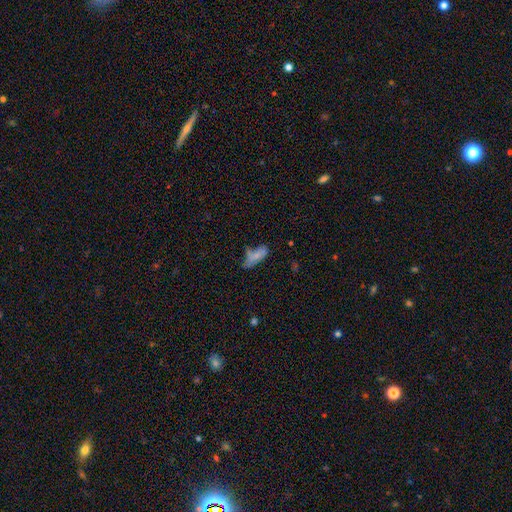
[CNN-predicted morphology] Smooth or featured?
  - smooth: 67% *
  - featured or disk: 22%
  - star or artifact: 11%
How rounded?
  - in between: 81% *
  - cigar-shaped: 16%
  - round: 3%
Merging?
  - none: 34% *
  - minor disturbance: 30%
  - major disturbance: 21%
  - merger: 16%